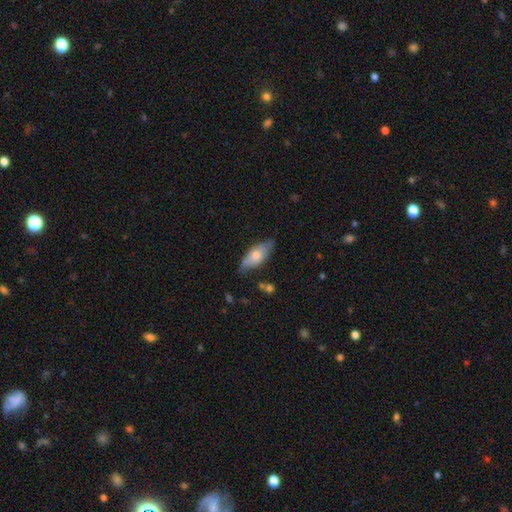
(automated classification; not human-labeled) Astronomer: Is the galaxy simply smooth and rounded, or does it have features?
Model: smooth — 64%.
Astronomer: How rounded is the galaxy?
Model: in between — 77%.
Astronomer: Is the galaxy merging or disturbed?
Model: none — 73%.